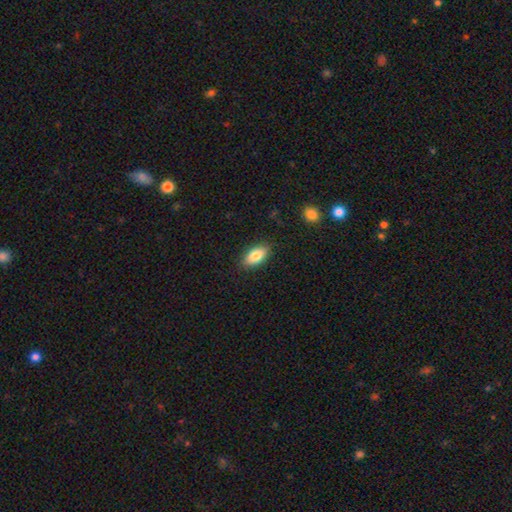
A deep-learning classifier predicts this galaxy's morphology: smooth 82%, featured or disk 11%, star or artifact 7%. Down the decision tree: how rounded — in between (89%); merging — none (88%).